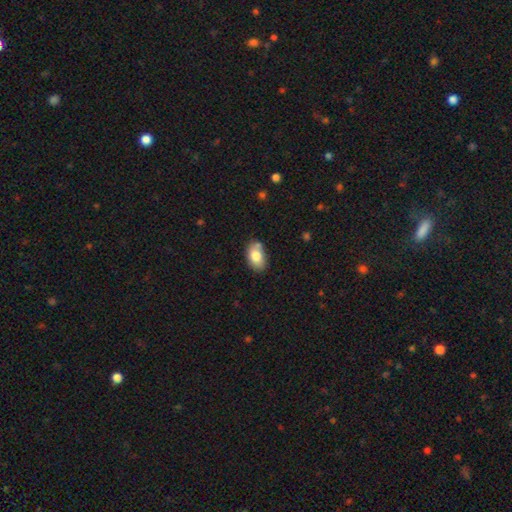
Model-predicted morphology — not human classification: smooth-or-featured: smooth: 80% | featured or disk: 12% | star or artifact: 7%
  how-rounded: in between: 90% | round: 8% | cigar-shaped: 1%
  merging: none: 65% | minor disturbance: 23% | merger: 7% | major disturbance: 5%